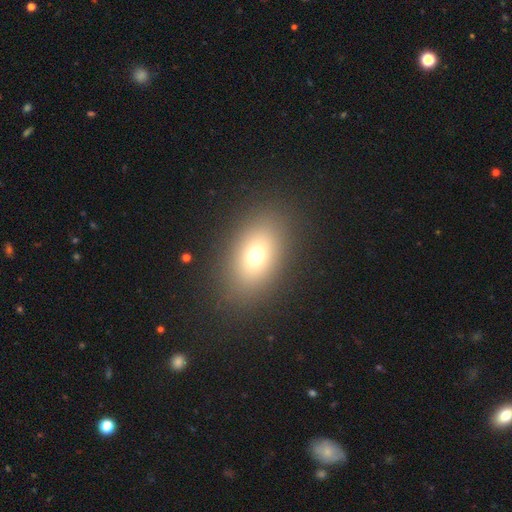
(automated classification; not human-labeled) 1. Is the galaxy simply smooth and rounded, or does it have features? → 71% smooth, 15% featured or disk, 14% star or artifact.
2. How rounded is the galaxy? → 80% in between, 18% round, 2% cigar-shaped.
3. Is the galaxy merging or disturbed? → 87% none, 8% minor disturbance, 4% major disturbance, 1% merger.